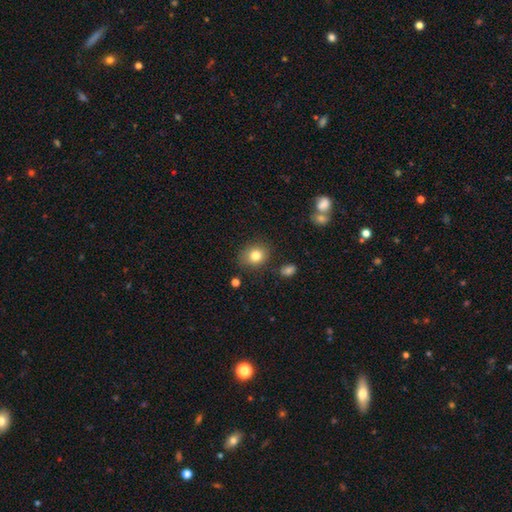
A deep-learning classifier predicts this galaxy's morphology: Smooth or featured: smooth — 80% (star or artifact — 10%)
How rounded: round — 61% (in between — 38%)
Merging: none — 82% (minor disturbance — 12%)